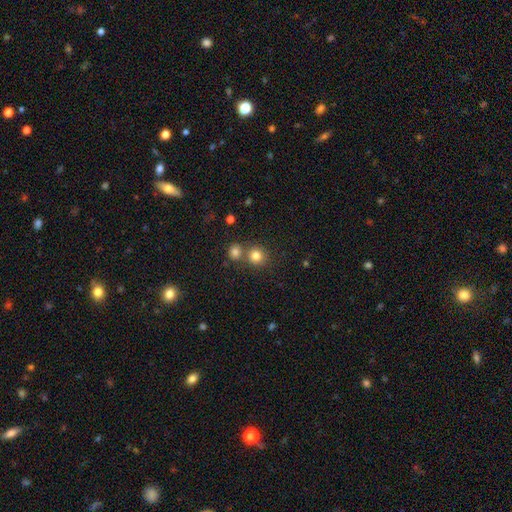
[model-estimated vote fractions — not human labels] Overall: smooth (81%). How rounded: round (89%). Merging: none (64%; merger 26%).